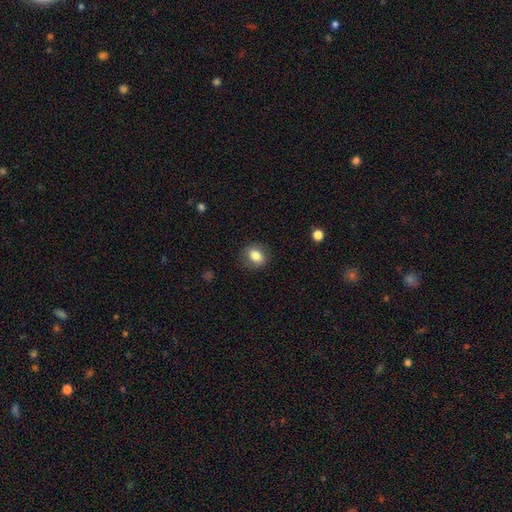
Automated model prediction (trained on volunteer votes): smooth 81%, featured or disk 10%, star or artifact 9%. Down the decision tree: how rounded — round (51%); merging — none (85%).